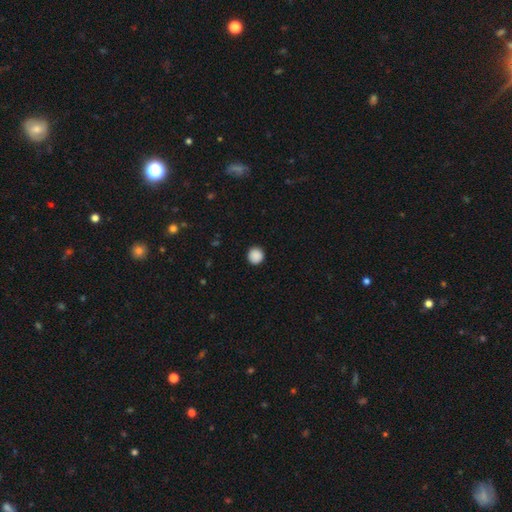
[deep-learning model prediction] Overall: smooth (89%). How rounded: round (94%). Merging: none (92%).